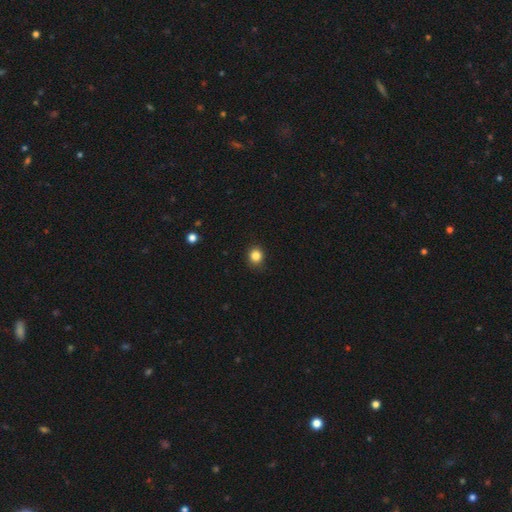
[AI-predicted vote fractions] Smooth or featured?
  - smooth: 84% *
  - star or artifact: 12%
  - featured or disk: 4%
How rounded?
  - round: 86% *
  - in between: 13%
  - cigar-shaped: 1%
Merging?
  - none: 89% *
  - minor disturbance: 8%
  - major disturbance: 2%
  - merger: 1%